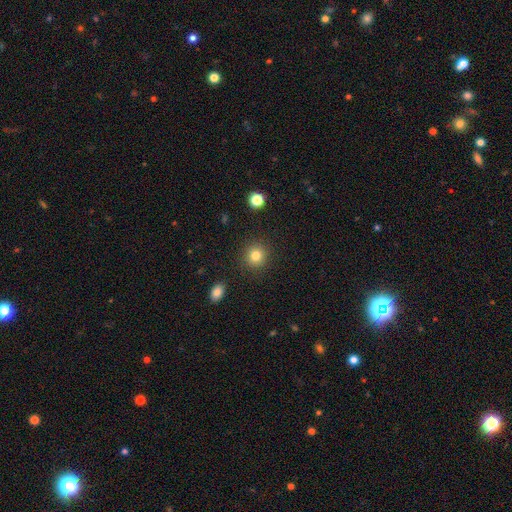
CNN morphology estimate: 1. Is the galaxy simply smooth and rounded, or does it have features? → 82% smooth, 11% star or artifact, 6% featured or disk.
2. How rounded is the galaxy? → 91% round, 8% in between, 1% cigar-shaped.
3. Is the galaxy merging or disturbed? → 91% none, 6% minor disturbance, 2% major disturbance, 1% merger.